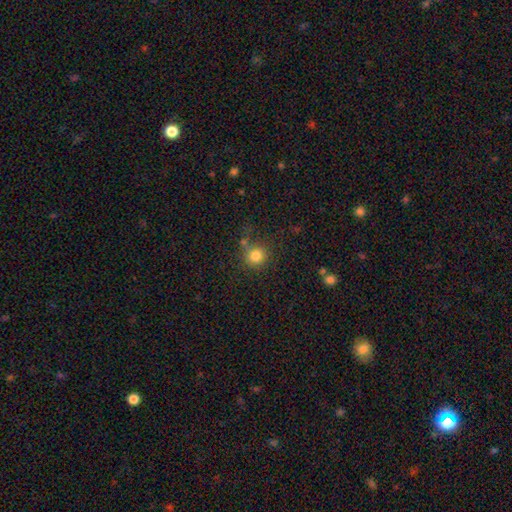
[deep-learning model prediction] Smooth or featured: smooth — 81% (star or artifact — 13%)
How rounded: round — 89% (in between — 10%)
Merging: none — 73% (minor disturbance — 12%)